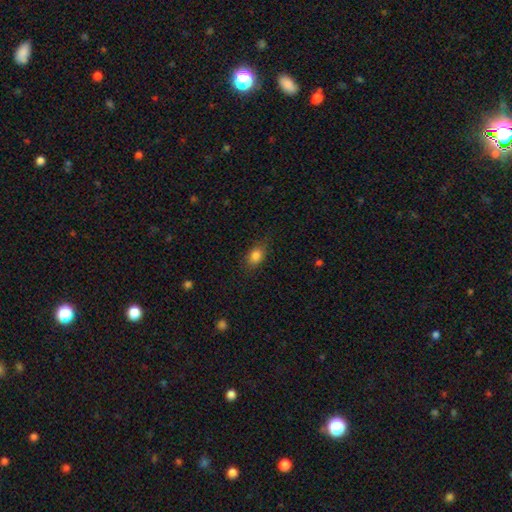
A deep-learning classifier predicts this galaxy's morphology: Overall: smooth (83%). How rounded: in between (75%). Merging: none (80%).